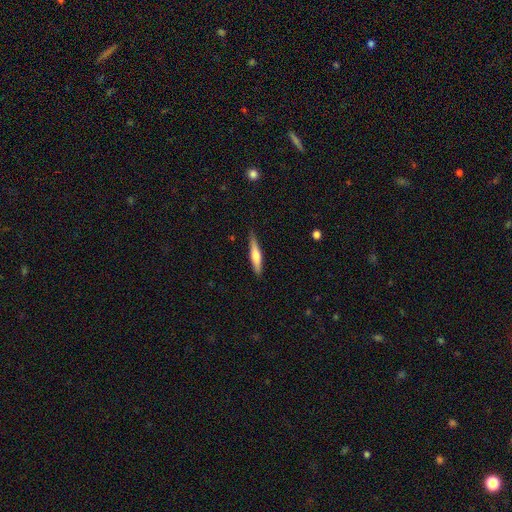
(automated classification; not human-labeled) smooth-or-featured: smooth: 55% | featured or disk: 39% | star or artifact: 6%
  how-rounded: cigar-shaped: 88% | in between: 11% | round: 1%
  merging: none: 84% | minor disturbance: 12% | major disturbance: 2% | merger: 1%